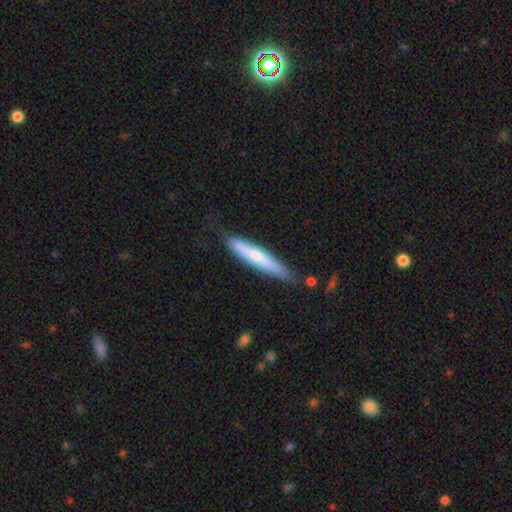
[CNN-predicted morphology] A smooth galaxy with no disk features (52%) that is cigar-shaped (93%). Merging: none (80%).